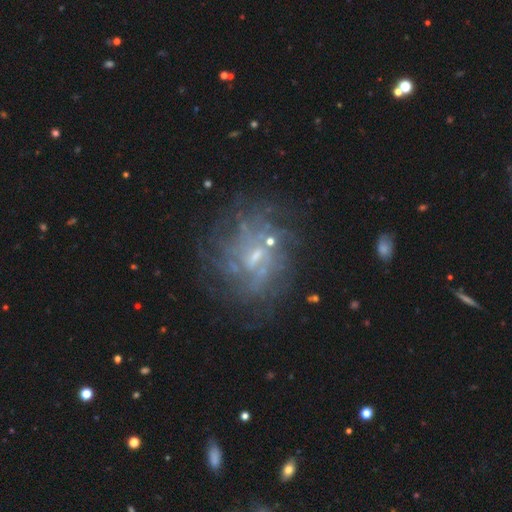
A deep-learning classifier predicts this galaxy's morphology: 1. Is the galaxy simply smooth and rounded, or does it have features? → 74% featured or disk, 14% star or artifact, 12% smooth.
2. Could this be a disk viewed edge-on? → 97% no, 3% yes.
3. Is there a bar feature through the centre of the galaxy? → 50% weak, 39% no, 11% strong.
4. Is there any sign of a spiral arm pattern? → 72% yes, 28% no.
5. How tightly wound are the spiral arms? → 47% tight, 33% medium, 21% loose.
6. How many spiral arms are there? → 58% can't tell, 10% more than 4, 10% 4, 9% 2, 8% 3, 5% 1.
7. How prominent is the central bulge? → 57% small, 24% moderate, 16% none, 2% large, 1% dominant.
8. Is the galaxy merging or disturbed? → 66% none, 16% minor disturbance, 14% major disturbance, 4% merger.